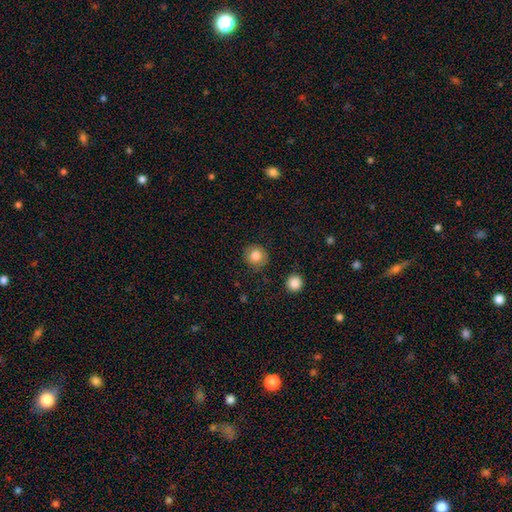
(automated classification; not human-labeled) Smooth or featured?
  - smooth: 81% *
  - featured or disk: 10%
  - star or artifact: 9%
How rounded?
  - round: 90% *
  - in between: 9%
  - cigar-shaped: 1%
Merging?
  - none: 85% *
  - minor disturbance: 10%
  - major disturbance: 3%
  - merger: 2%